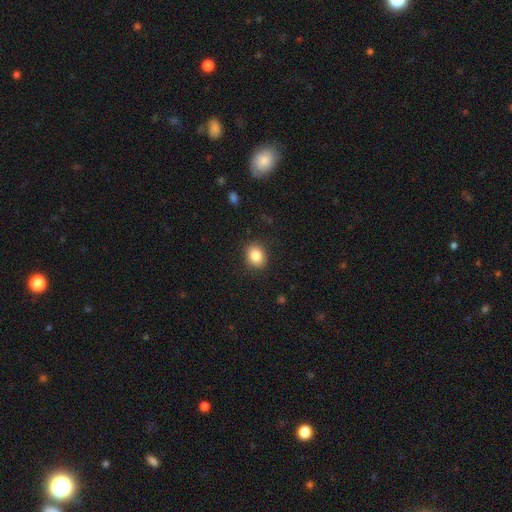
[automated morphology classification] The model was most divided on "how rounded": round: 59%, in between: 40%, cigar-shaped: 1%. More confident: merging — none (88%); smooth or featured — smooth (84%).